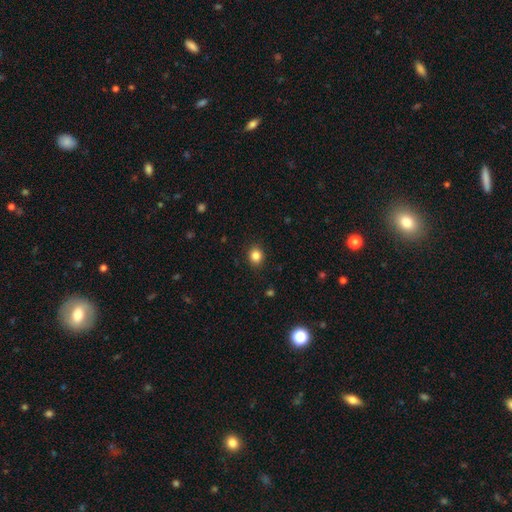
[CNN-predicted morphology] This appears to be a smooth galaxy with no disk features (85%) that is round (70%). Merging: none (90%).